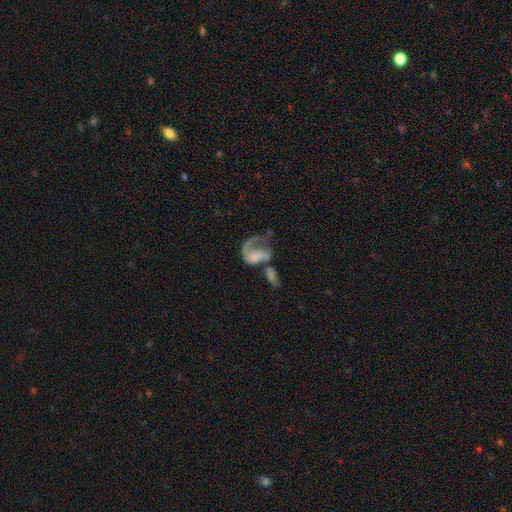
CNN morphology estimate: Smooth or featured? Predicted: featured or disk (p=0.64). Edge-on disk? Predicted: no (p=0.97). Bar? Predicted: no (p=0.68). Spiral arms? Predicted: yes (p=0.76). Bulge size? Predicted: none (p=0.46). Merging? Predicted: merger (p=0.39).